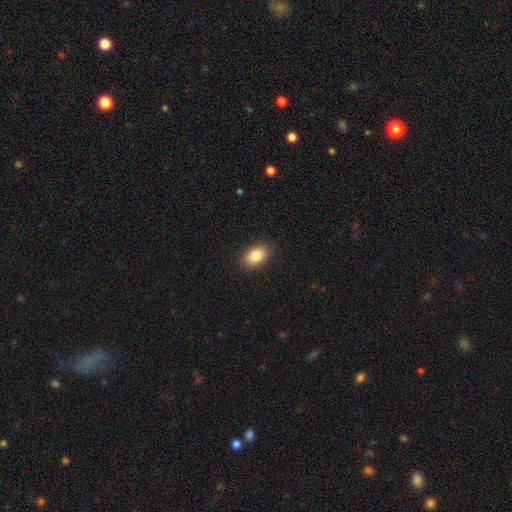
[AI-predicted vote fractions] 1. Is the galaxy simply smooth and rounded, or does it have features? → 86% smooth, 8% star or artifact, 7% featured or disk.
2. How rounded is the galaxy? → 88% in between, 10% round, 2% cigar-shaped.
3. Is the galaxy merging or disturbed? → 89% none, 8% minor disturbance, 2% major disturbance, 1% merger.